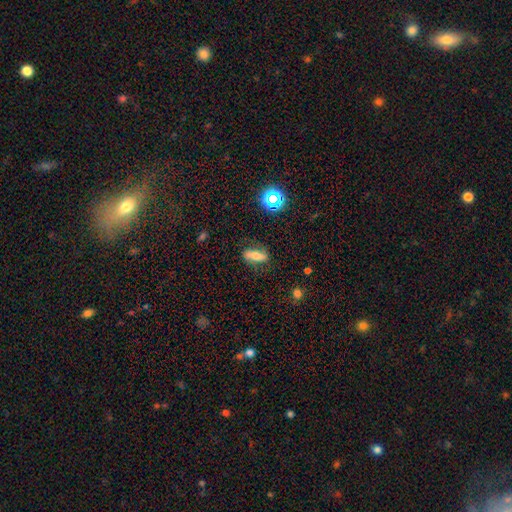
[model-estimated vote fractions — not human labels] Morphology: type=smooth (54%); roundness=in between (54%); merging=none (78%).